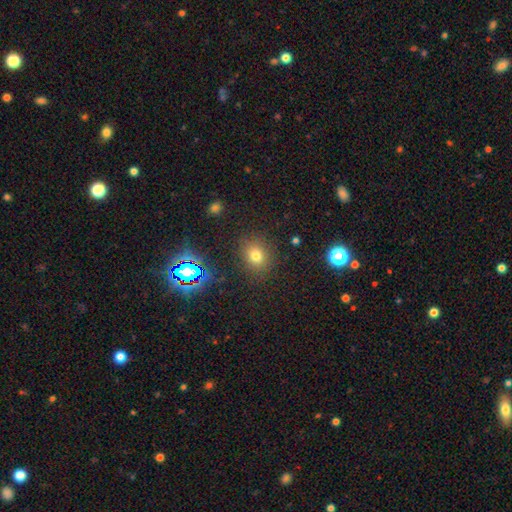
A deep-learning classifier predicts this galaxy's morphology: A smooth galaxy with no disk features (71%) that is round (69%). Merging: none (85%).